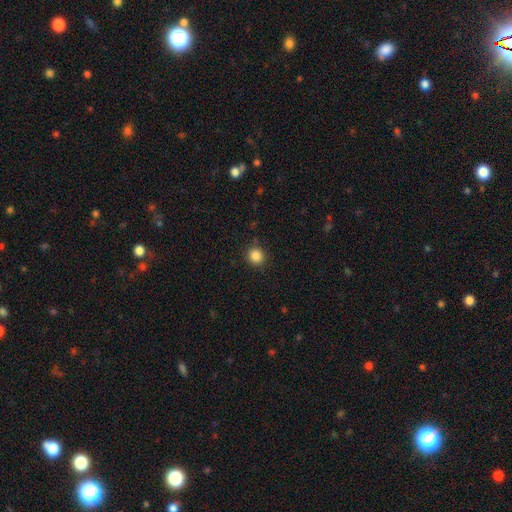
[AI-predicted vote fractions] smooth-or-featured: smooth: 85% | star or artifact: 11% | featured or disk: 4%
  how-rounded: round: 90% | in between: 9% | cigar-shaped: 1%
  merging: none: 89% | minor disturbance: 7% | major disturbance: 2% | merger: 1%